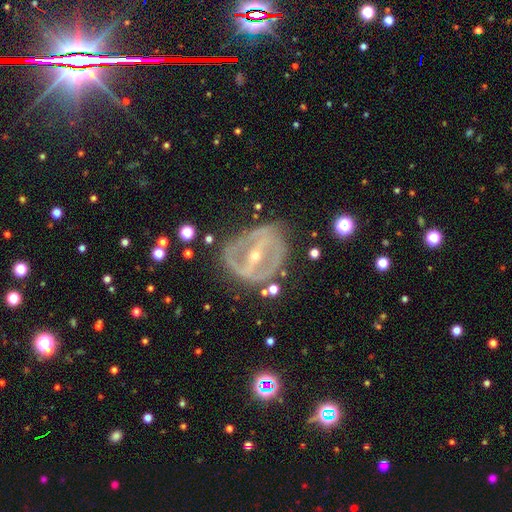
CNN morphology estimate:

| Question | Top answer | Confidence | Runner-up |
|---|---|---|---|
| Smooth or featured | featured or disk | 85% | smooth (8%) |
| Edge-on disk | no | 92% | yes (8%) |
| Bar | strong | 72% | weak (20%) |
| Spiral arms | yes | 66% | no (34%) |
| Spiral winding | tight | 45% | medium (38%) |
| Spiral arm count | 2 | 60% | can't tell (23%) |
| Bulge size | small | 63% | moderate (34%) |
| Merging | none | 63% | minor disturbance (21%) |